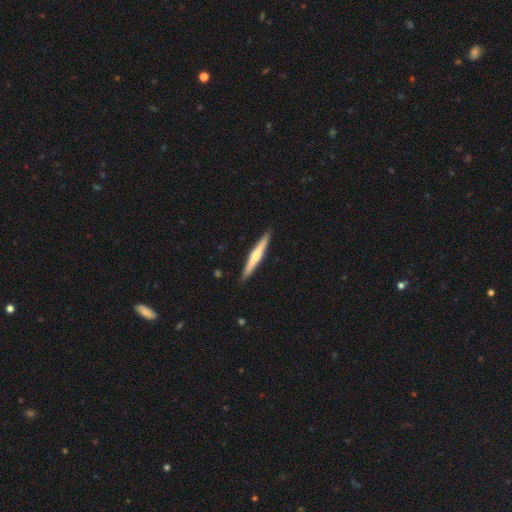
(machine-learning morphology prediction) The model was most divided on "smooth or featured": featured or disk: 55%, smooth: 40%, star or artifact: 5%. More confident: edge-on disk — yes (97%); merging — none (91%); edge-on bulge — rounded (74%).